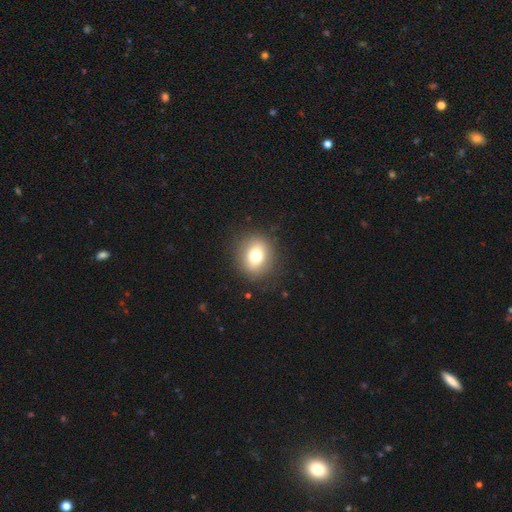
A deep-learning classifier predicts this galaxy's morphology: Q: Smooth or featured?
A: smooth (75%); runner-up: featured or disk (15%)
Q: How rounded?
A: round (67%); runner-up: in between (32%)
Q: Merging?
A: none (87%); runner-up: minor disturbance (9%)